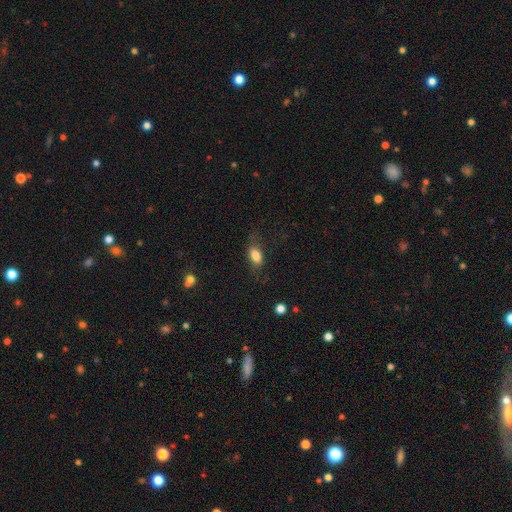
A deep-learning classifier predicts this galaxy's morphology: Smooth or featured? smooth (80%)
How rounded? in between (85%)
Merging? none (67%)